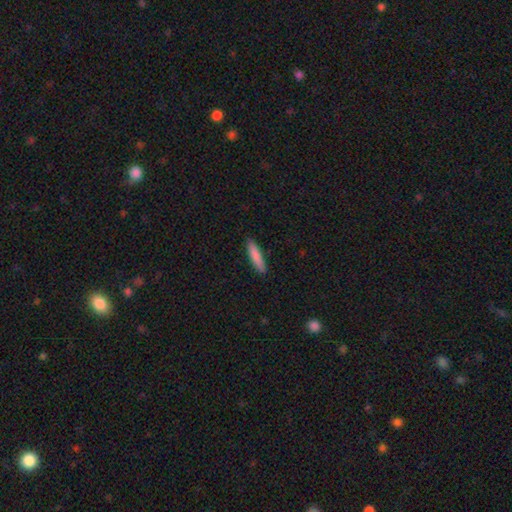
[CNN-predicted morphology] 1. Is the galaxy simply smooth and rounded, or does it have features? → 85% smooth, 10% featured or disk, 6% star or artifact.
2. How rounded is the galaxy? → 85% cigar-shaped, 14% in between, 1% round.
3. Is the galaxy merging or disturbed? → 89% none, 8% minor disturbance, 2% major disturbance, 1% merger.